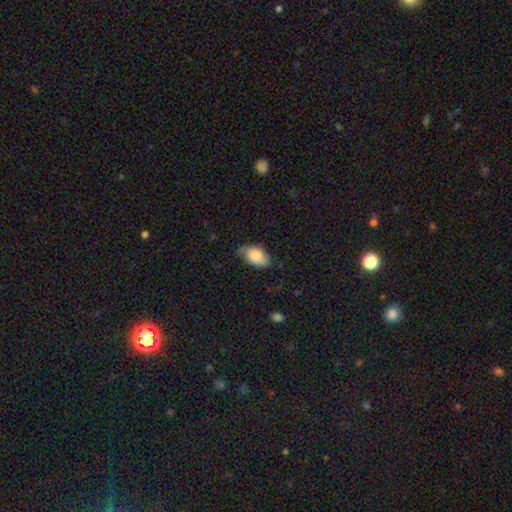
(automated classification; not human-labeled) Smooth or featured: smooth — 77% (featured or disk — 16%)
How rounded: in between — 92% (round — 6%)
Merging: none — 46% (minor disturbance — 39%)